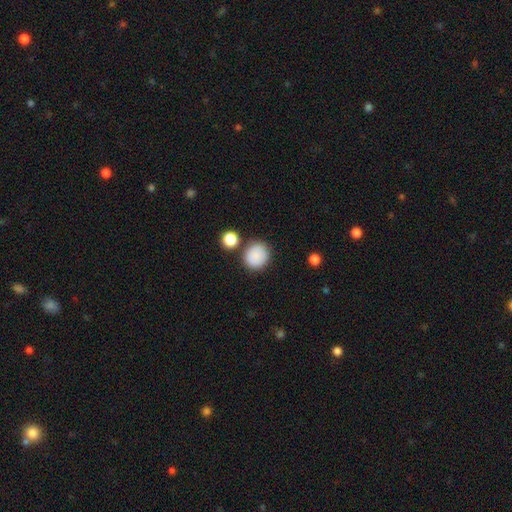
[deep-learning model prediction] Overall: smooth (87%). How rounded: round (87%). Merging: none (80%).